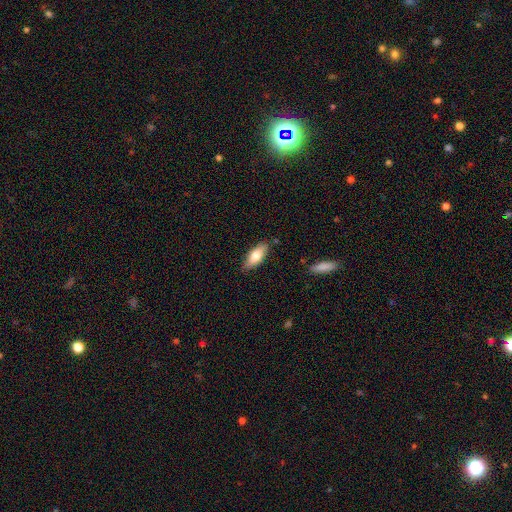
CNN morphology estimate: This is likely a smooth galaxy (76%). How rounded: likely in between (73%). Merging: clearly none (83%).